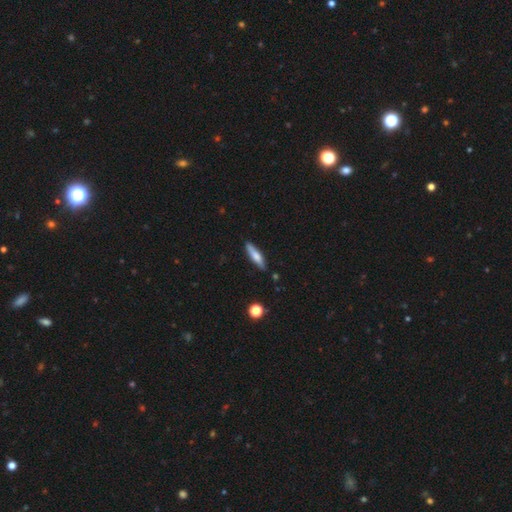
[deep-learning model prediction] Q: Smooth or featured?
A: smooth (66%); runner-up: featured or disk (28%)
Q: How rounded?
A: cigar-shaped (77%); runner-up: in between (21%)
Q: Merging?
A: none (84%); runner-up: minor disturbance (12%)